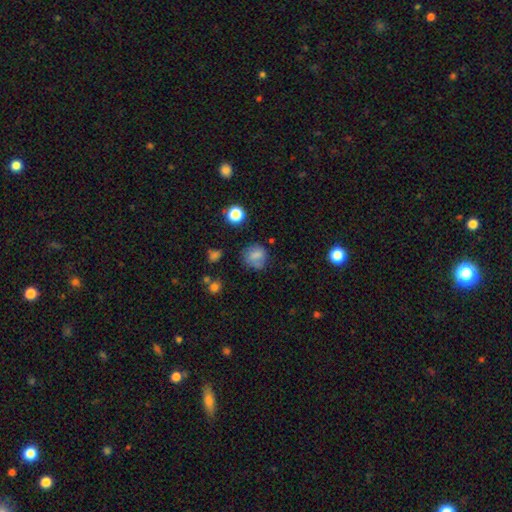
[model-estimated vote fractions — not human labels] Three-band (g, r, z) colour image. It shows a smooth galaxy with no disk features (73%) that is round (74%). Merging: none (60%).